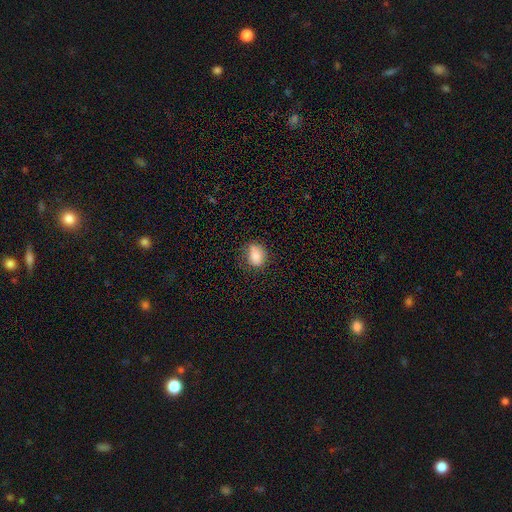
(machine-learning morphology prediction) smooth_or_featured: smooth (p=0.81) [alt: featured or disk p=0.10]
how_rounded: in between (p=0.59) [alt: round p=0.39]
merging: none (p=0.69) [alt: minor disturbance p=0.23]